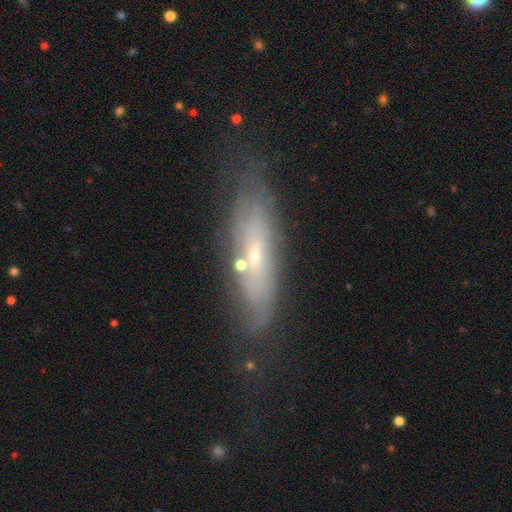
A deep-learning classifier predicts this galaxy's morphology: smooth-or-featured: featured or disk: 57% | smooth: 32% | star or artifact: 11%
  disk-edge-on: no: 54% | yes: 46%
  merging: none: 66% | minor disturbance: 21% | major disturbance: 8% | merger: 5%